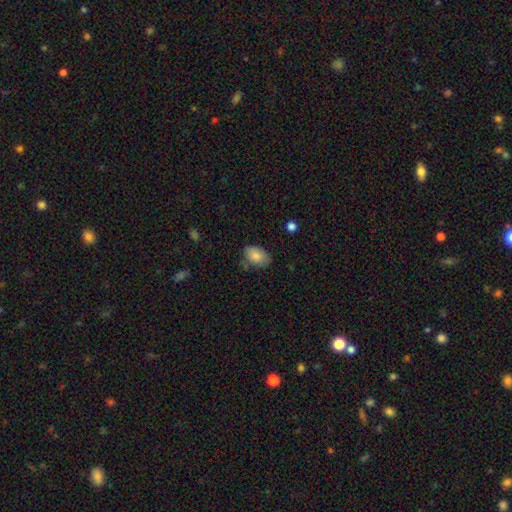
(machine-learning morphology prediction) type=smooth (83%); roundness=in between (86%); merging=none (67%).